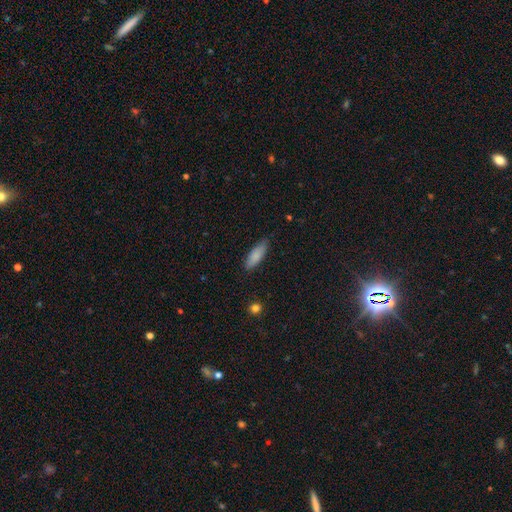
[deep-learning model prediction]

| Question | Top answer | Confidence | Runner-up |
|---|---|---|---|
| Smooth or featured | smooth | 85% | featured or disk (9%) |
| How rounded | in between | 54% | cigar-shaped (44%) |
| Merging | none | 83% | minor disturbance (14%) |